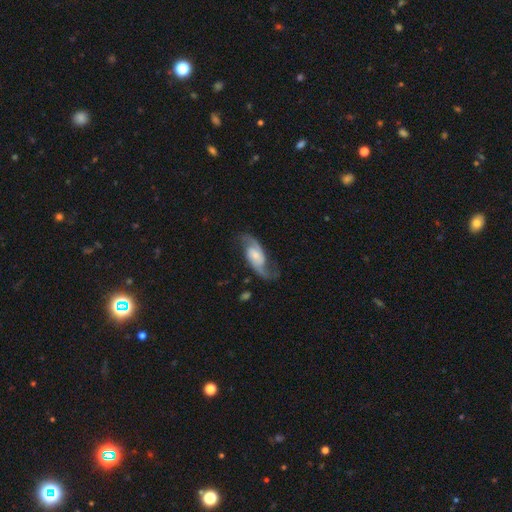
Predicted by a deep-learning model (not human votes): Morphology: type=featured or disk (84%); edge-on=no (95%); bar=no (48%); spiral arms=yes (96%); winding=loose (45%); arm count=2 (92%); bulge=small (39%); merging=none (72%).